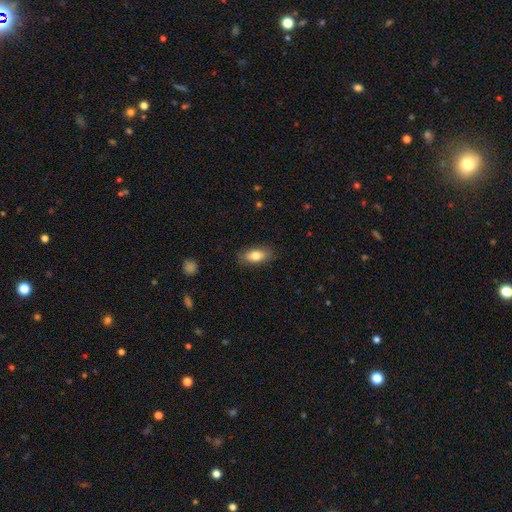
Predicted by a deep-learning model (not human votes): Morphology: type=smooth (79%); roundness=in between (87%); merging=none (84%).